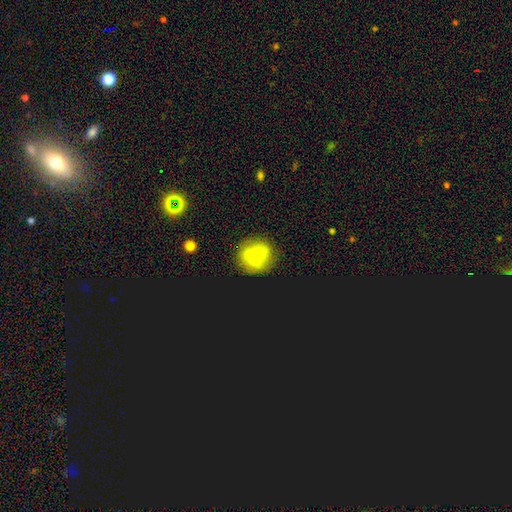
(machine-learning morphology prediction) Smooth or featured: featured or disk — 54% (smooth — 35%)
Edge-on disk: no — 98% (yes — 2%)
Bar: no — 56% (weak — 37%)
Spiral arms: yes — 88% (no — 12%)
Bulge size: small — 70% (moderate — 17%)
Merging: none — 80% (minor disturbance — 14%)